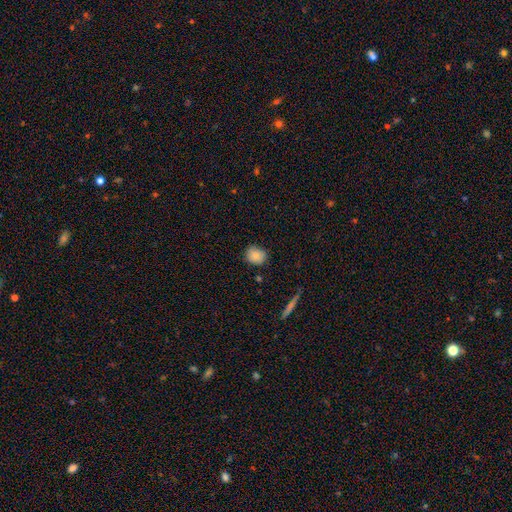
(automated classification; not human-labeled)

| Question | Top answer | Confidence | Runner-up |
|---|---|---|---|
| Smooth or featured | smooth | 84% | star or artifact (8%) |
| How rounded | round | 66% | in between (33%) |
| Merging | none | 77% | minor disturbance (19%) |